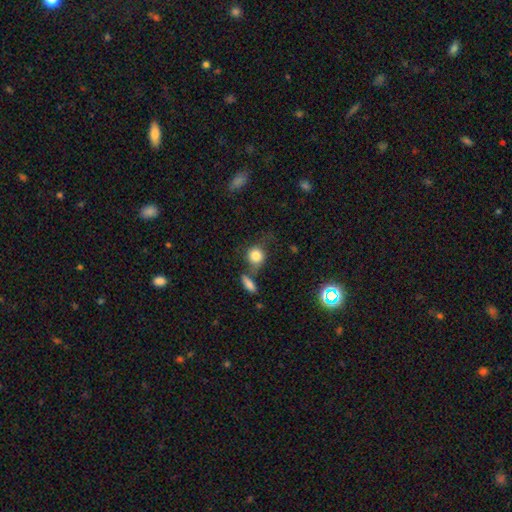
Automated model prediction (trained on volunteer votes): This appears to be a smooth galaxy with no disk features (81%) that is round (79%). Merging: none (53%).